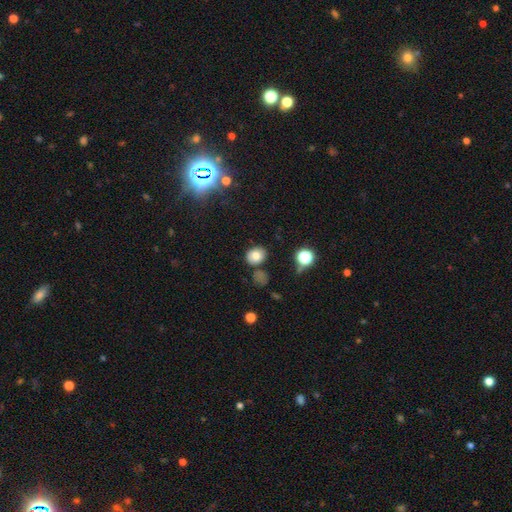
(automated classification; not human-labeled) Overall: smooth (76%). How rounded: round (55%; in between 44%). Merging: none (78%).